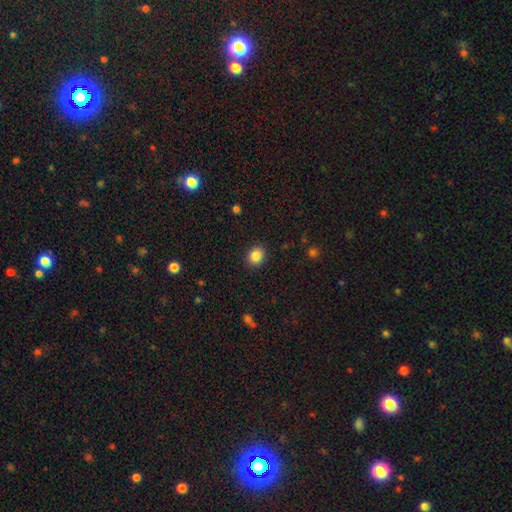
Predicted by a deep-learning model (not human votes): Smooth or featured?
  - smooth: 86% *
  - star or artifact: 10%
  - featured or disk: 4%
How rounded?
  - round: 65% *
  - in between: 35%
  - cigar-shaped: 1%
Merging?
  - none: 90% *
  - minor disturbance: 7%
  - major disturbance: 2%
  - merger: 1%